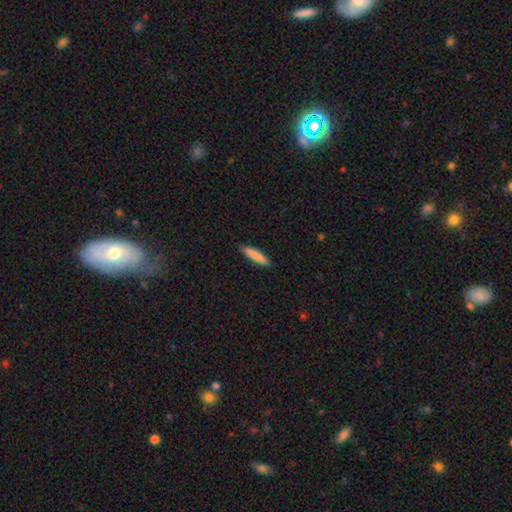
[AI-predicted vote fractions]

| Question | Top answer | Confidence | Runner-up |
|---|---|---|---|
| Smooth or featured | smooth | 84% | featured or disk (11%) |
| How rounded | cigar-shaped | 85% | in between (13%) |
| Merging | none | 89% | minor disturbance (8%) |